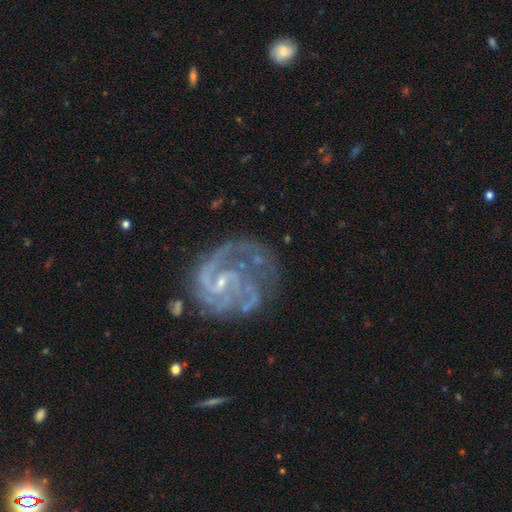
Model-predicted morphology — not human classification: A featured or disk galaxy (90%) with a weak bar (51%), 2 (35%) medium (48%) spiral arms (97%) and a small central bulge (73%). Merging: none (53%).